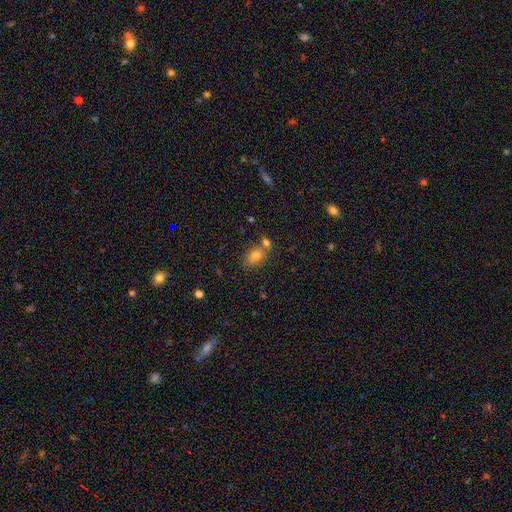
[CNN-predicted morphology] smooth-or-featured: smooth: 75% | star or artifact: 13% | featured or disk: 12%
  how-rounded: in between: 79% | round: 18% | cigar-shaped: 3%
  merging: none: 61% | merger: 22% | minor disturbance: 13% | major disturbance: 4%